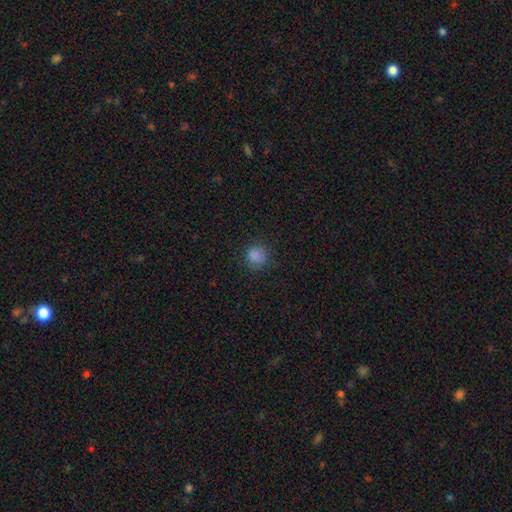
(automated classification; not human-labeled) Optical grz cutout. It shows a smooth galaxy with no disk features (83%) that is round (87%). Merging: none (82%).